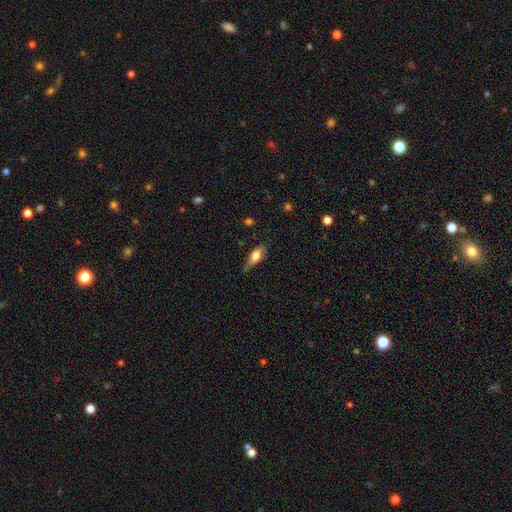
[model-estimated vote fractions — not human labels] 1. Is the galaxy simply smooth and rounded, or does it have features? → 71% smooth, 22% featured or disk, 7% star or artifact.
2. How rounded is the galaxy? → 70% in between, 26% cigar-shaped, 3% round.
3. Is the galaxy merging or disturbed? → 60% none, 31% minor disturbance, 7% major disturbance, 2% merger.